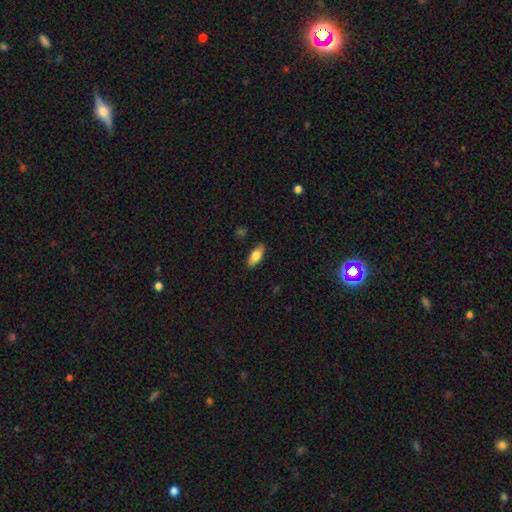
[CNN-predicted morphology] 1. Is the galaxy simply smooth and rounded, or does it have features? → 79% smooth, 15% featured or disk, 6% star or artifact.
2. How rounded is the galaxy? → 84% in between, 13% cigar-shaped, 2% round.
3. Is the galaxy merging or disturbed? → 87% none, 10% minor disturbance, 2% major disturbance, 1% merger.